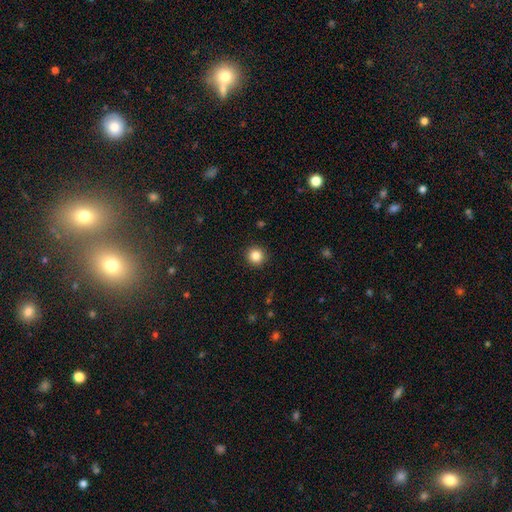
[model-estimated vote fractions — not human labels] smooth 85%, star or artifact 10%, featured or disk 4%. Down the decision tree: how rounded — round (95%); merging — none (92%).